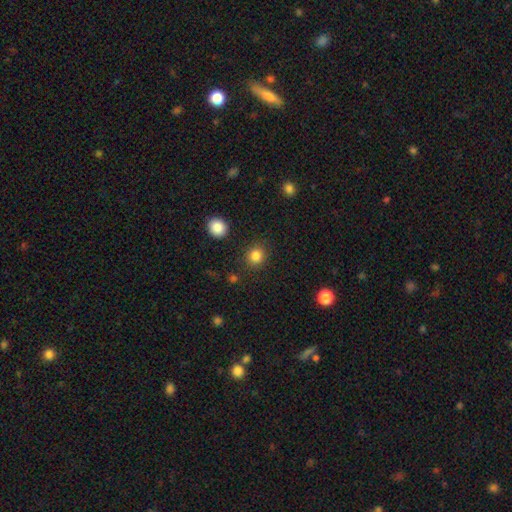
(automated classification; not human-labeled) A smooth galaxy with no disk features (85%) that is round (85%). Merging: none (88%).